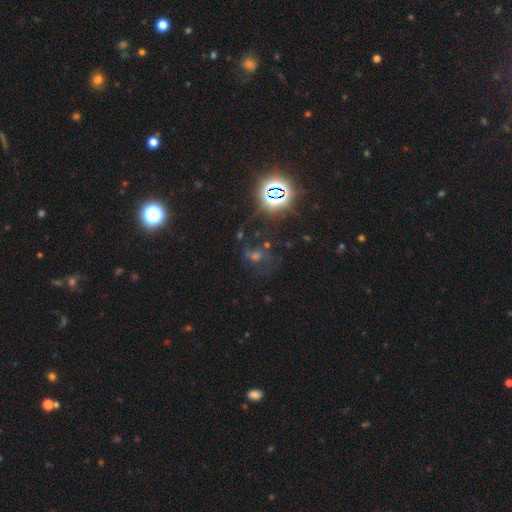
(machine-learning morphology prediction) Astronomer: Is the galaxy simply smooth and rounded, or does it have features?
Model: star or artifact — 54%.